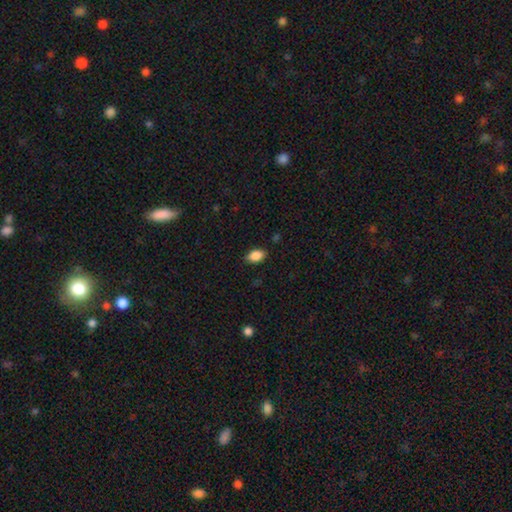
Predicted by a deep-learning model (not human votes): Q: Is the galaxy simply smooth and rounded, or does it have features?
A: smooth — 88%.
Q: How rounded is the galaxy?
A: in between — 90%.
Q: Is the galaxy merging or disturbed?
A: none — 84%.